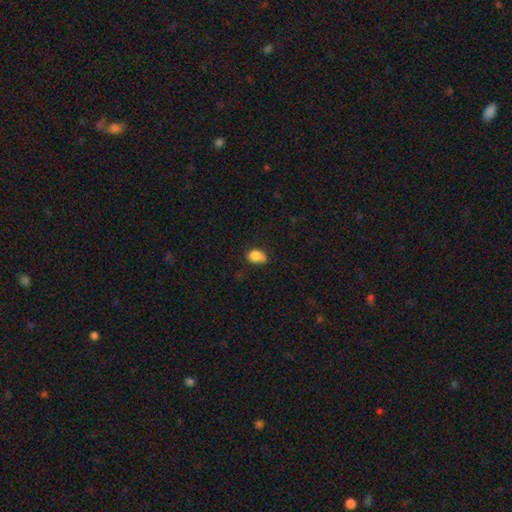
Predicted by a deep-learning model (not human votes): Smooth or featured? smooth (81%)
How rounded? in between (63%)
Merging? none (42%)